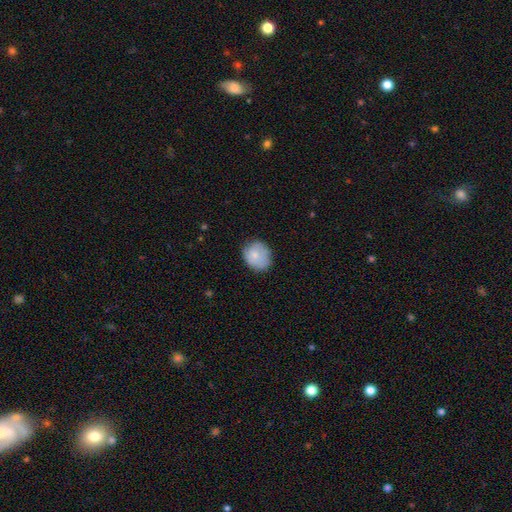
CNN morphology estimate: Smooth or featured?
  - smooth: 78% *
  - featured or disk: 15%
  - star or artifact: 7%
How rounded?
  - round: 67% *
  - in between: 32%
  - cigar-shaped: 1%
Merging?
  - none: 73% *
  - minor disturbance: 22%
  - major disturbance: 5%
  - merger: 1%